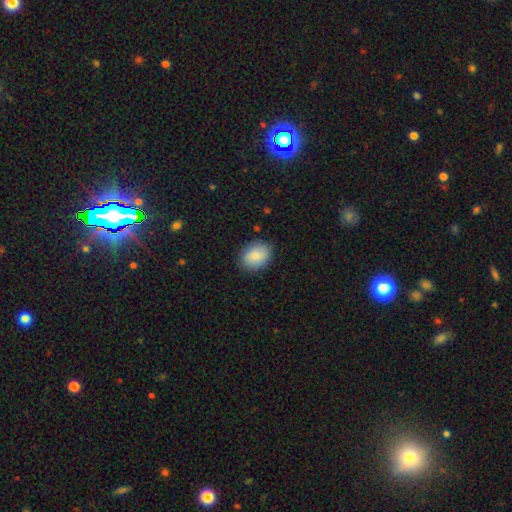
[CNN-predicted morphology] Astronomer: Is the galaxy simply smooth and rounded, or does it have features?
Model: smooth — 89%.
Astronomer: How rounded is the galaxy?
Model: in between — 67%.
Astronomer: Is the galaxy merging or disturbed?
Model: none — 86%.